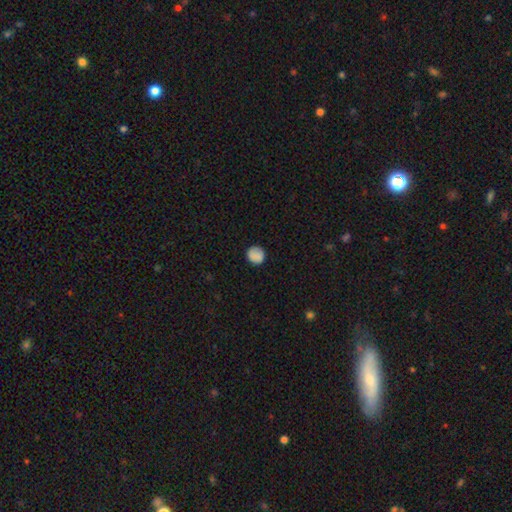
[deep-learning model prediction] Smooth or featured: smooth — 86% (star or artifact — 8%)
How rounded: round — 90% (in between — 9%)
Merging: none — 85% (minor disturbance — 11%)